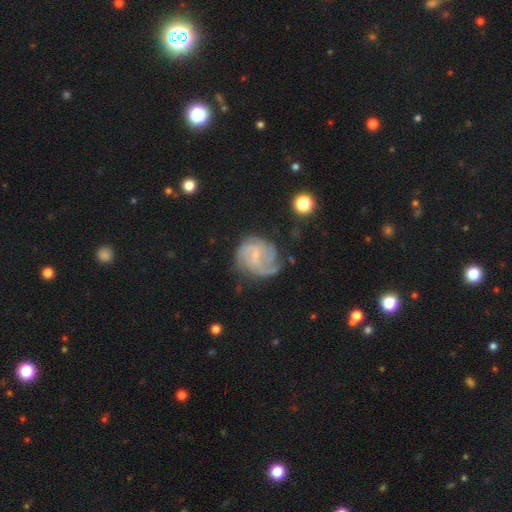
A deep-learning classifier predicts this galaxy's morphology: type=featured or disk (83%); edge-on=no (98%); bar=no (50%); spiral arms=yes (95%); winding=tight (50%); arm count=3 (30%); bulge=small (77%); merging=none (60%).